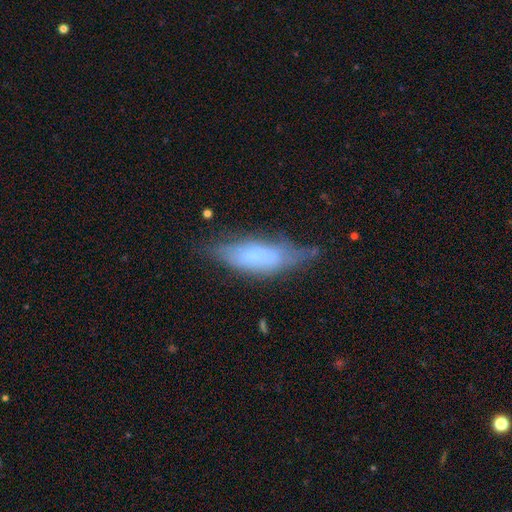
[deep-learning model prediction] Smooth or featured: smooth — 59% (featured or disk — 33%)
How rounded: in between — 60% (cigar-shaped — 38%)
Merging: none — 48% (minor disturbance — 36%)